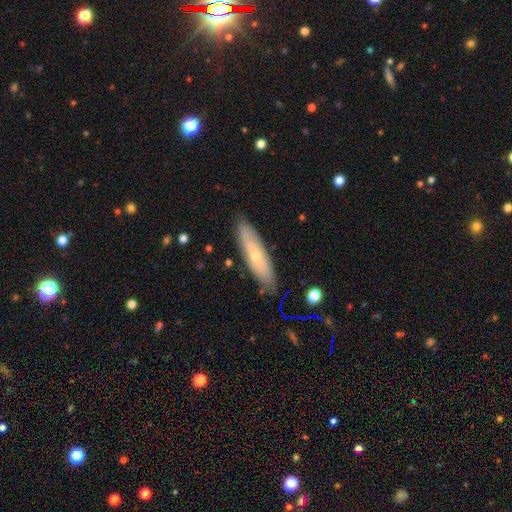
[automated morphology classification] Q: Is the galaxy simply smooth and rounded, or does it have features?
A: smooth — 49%.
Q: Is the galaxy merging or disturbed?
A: none — 83%.